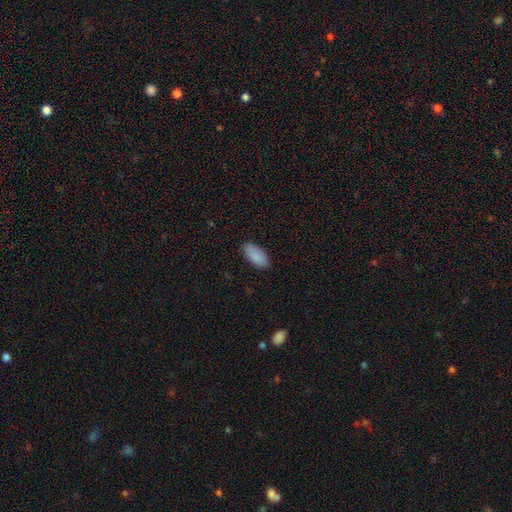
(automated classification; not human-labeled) This appears to be a smooth galaxy with no disk features (88%) that is in between round and cigar-shaped (93%). Merging: none (83%).